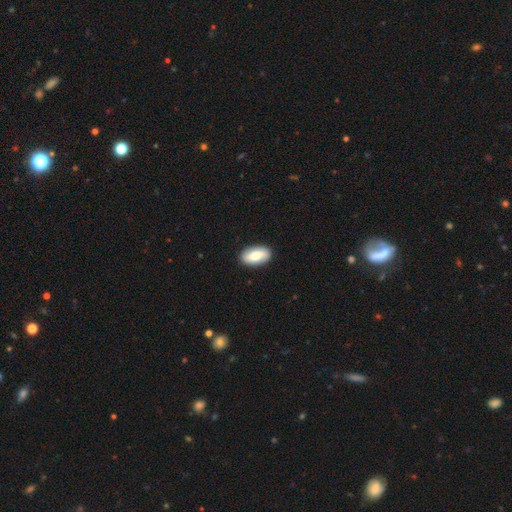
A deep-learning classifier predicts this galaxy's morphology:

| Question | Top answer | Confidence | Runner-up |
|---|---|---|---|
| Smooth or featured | smooth | 73% | featured or disk (21%) |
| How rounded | in between | 93% | round (4%) |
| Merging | none | 89% | minor disturbance (8%) |